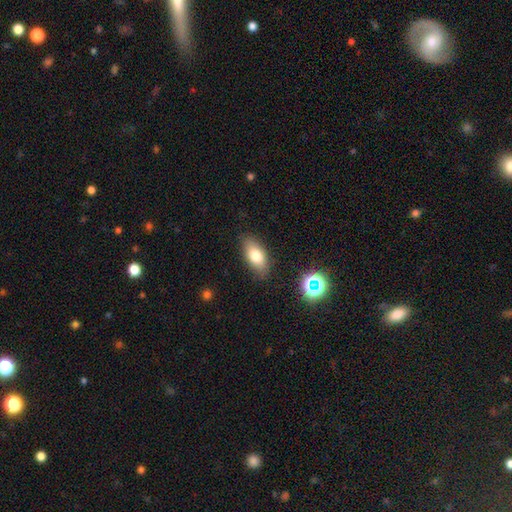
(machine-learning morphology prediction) Smooth or featured? Predicted: smooth (p=0.77). How rounded? Predicted: in between (p=0.87). Merging? Predicted: none (p=0.84).